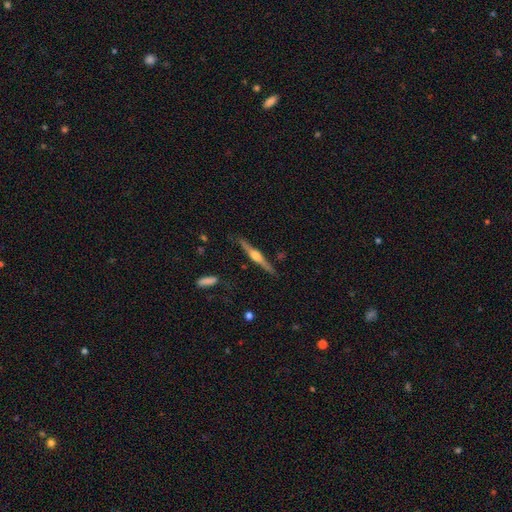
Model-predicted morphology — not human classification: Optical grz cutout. It shows a featured or disk galaxy (77%) viewed edge-on (98%) with a rounded central bulge (92%). Merging: none (87%).